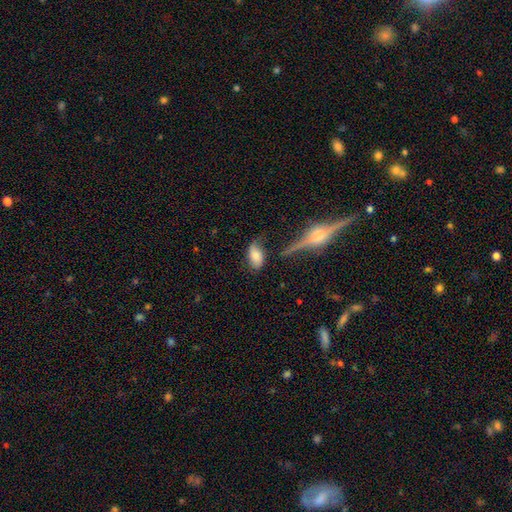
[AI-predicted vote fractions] smooth 71%, featured or disk 21%, star or artifact 8%. Down the decision tree: how rounded — in between (92%); merging — none (50%).